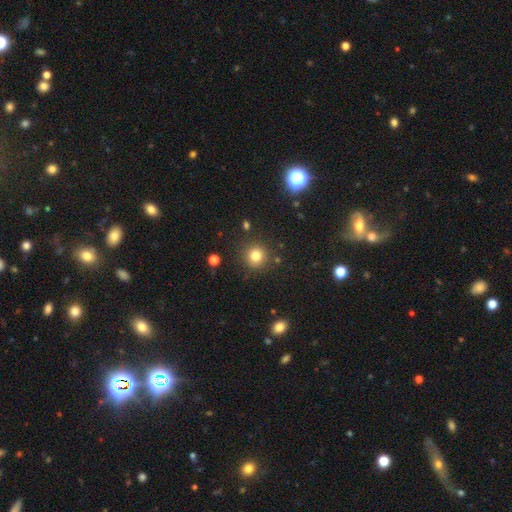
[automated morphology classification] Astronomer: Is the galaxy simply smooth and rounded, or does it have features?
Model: smooth — 80%.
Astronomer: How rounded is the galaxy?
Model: round — 93%.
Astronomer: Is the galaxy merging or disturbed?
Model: none — 87%.